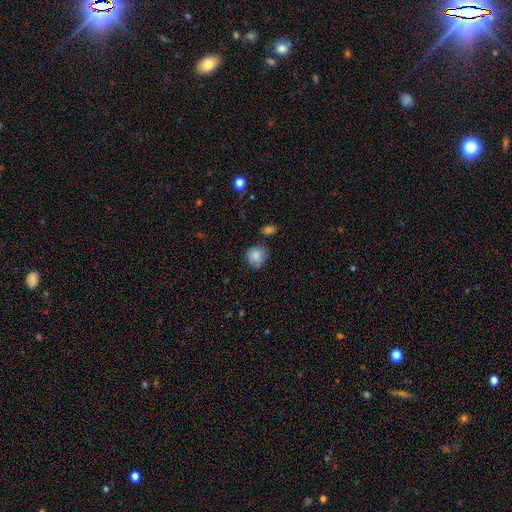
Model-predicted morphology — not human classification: A smooth galaxy with no disk features (82%) that is round (81%). Merging: none (59%).